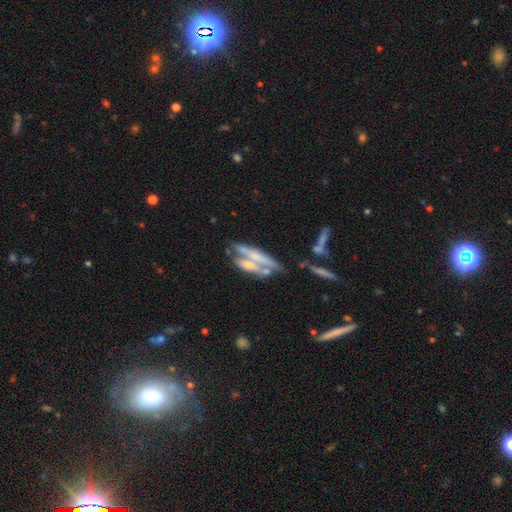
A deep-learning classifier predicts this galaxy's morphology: Overall: featured or disk (53%; smooth 39%). Edge-on disk: yes (54%; no 46%). Merging: merger (45%; none 30%).